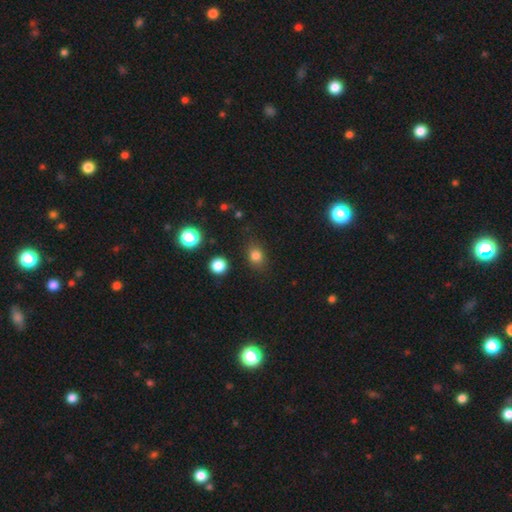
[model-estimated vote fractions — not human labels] smooth-or-featured: smooth: 80% | star or artifact: 14% | featured or disk: 5%
  how-rounded: round: 56% | in between: 43% | cigar-shaped: 1%
  merging: none: 82% | minor disturbance: 12% | major disturbance: 4% | merger: 2%